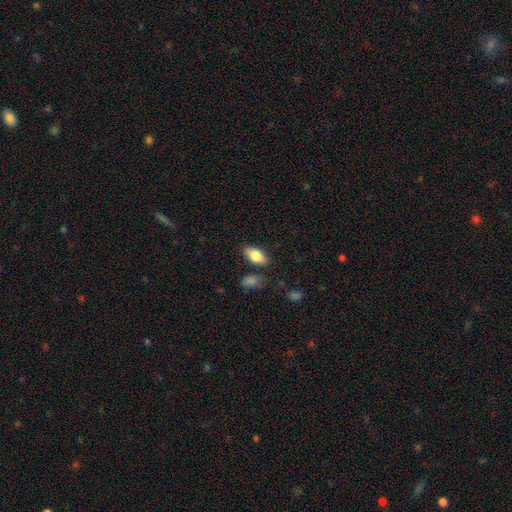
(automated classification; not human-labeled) The model was most divided on "merging": none: 81%, minor disturbance: 13%, merger: 4%, major disturbance: 3%. More confident: how rounded — in between (91%); smooth or featured — smooth (81%).